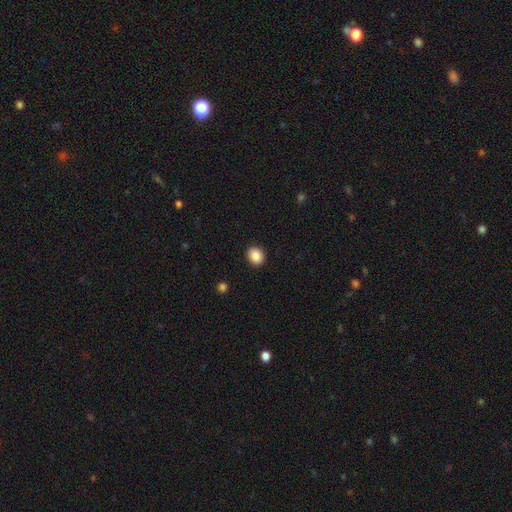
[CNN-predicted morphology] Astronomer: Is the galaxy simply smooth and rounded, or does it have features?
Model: smooth — 88%.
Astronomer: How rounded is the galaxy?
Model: round — 55% (runner-up: in between, 45%).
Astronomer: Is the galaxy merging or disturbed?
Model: none — 90%.